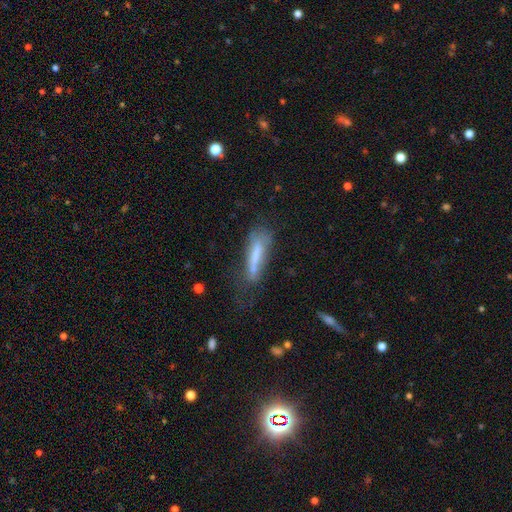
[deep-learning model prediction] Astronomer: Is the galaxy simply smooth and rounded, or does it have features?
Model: smooth — 60%.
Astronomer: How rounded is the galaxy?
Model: cigar-shaped — 78%.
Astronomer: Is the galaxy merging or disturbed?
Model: none — 40% (runner-up: minor disturbance, 28%).